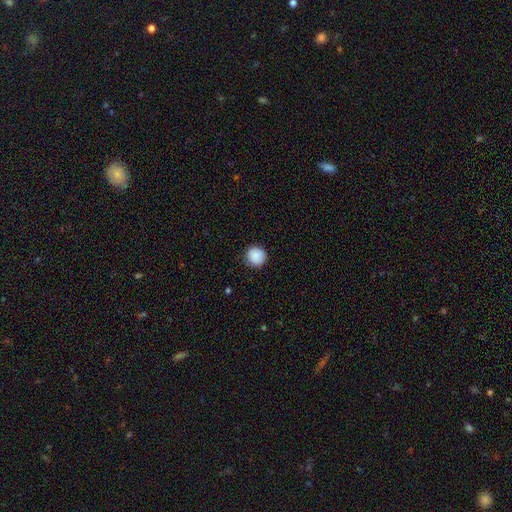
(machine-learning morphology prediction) A smooth galaxy with no disk features (89%) that is round (92%). Merging: none (88%).